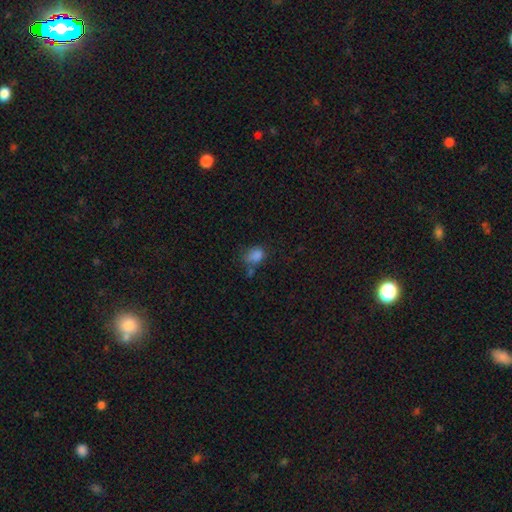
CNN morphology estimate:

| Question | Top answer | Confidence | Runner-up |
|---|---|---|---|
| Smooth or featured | smooth | 81% | star or artifact (13%) |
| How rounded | in between | 64% | round (34%) |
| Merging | none | 50% | minor disturbance (26%) |